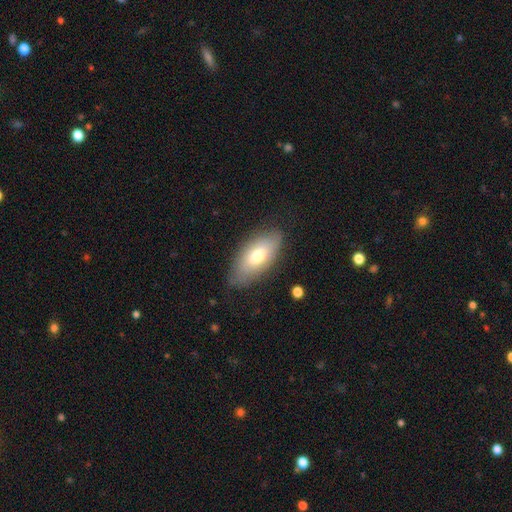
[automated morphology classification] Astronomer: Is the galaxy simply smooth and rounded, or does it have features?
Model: smooth — 70%.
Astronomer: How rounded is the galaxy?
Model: in between — 88%.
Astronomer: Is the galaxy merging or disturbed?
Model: none — 76%.